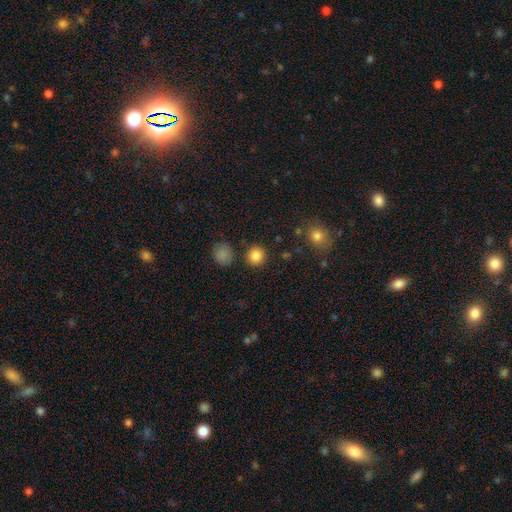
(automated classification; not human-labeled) smooth 85%, star or artifact 11%, featured or disk 4%. Down the decision tree: how rounded — round (91%); merging — none (88%).